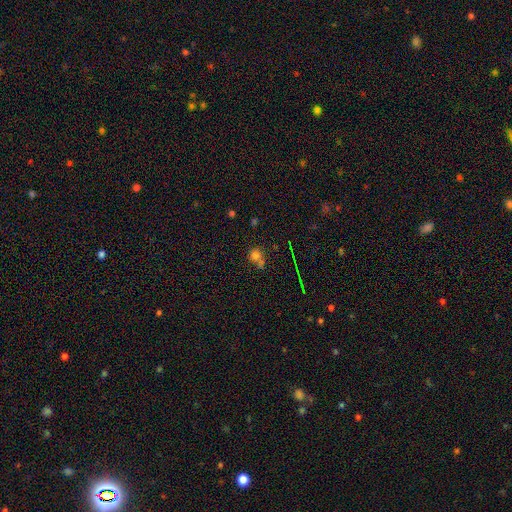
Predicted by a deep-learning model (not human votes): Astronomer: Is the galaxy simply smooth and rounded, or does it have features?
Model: smooth — 69%.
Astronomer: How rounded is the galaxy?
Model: round — 80%.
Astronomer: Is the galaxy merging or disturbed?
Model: none — 50% (runner-up: merger, 30%).